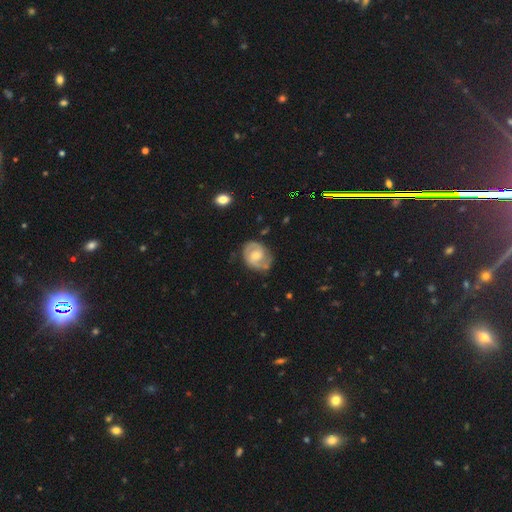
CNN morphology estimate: Smooth or featured: featured or disk — 78% (smooth — 16%)
Edge-on disk: no — 98% (yes — 2%)
Bar: weak — 47% (no — 42%)
Spiral arms: yes — 92% (no — 8%)
Spiral winding: medium — 48% (tight — 39%)
Spiral arm count: 2 — 85% (can't tell — 8%)
Bulge size: moderate — 47% (small — 41%)
Merging: none — 72% (minor disturbance — 20%)